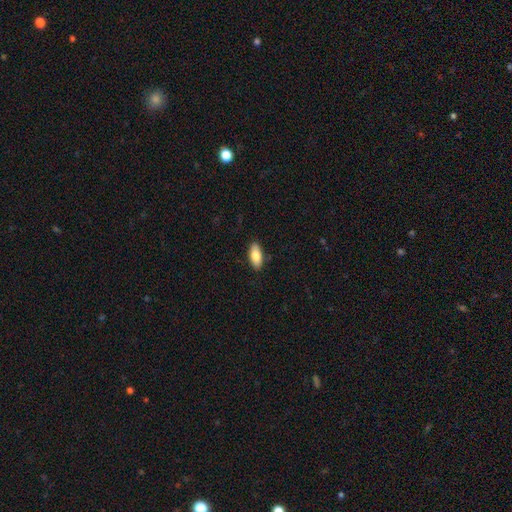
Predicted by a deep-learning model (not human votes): Smooth or featured? smooth (82%)
How rounded? in between (86%)
Merging? none (88%)